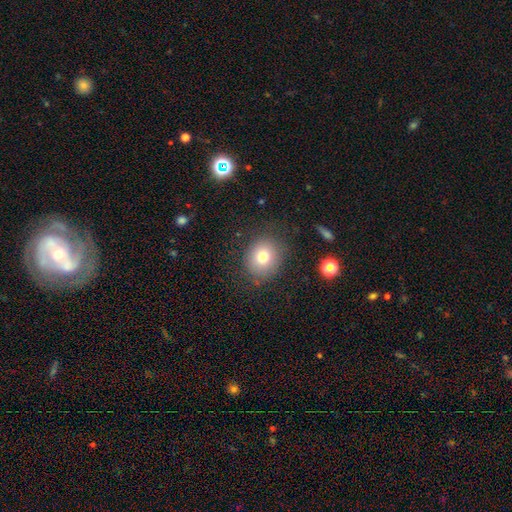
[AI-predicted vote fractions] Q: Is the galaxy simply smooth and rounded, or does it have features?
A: smooth — 74%.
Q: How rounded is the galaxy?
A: round — 72%.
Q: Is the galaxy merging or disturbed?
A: none — 85%.